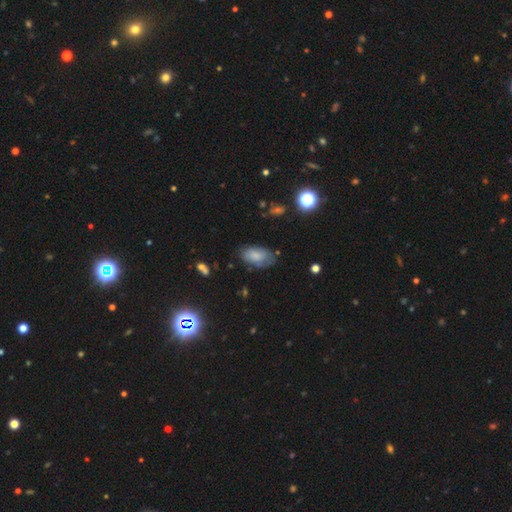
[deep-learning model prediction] Smooth or featured? Predicted: smooth (p=0.74). How rounded? Predicted: in between (p=0.93). Merging? Predicted: none (p=0.63).